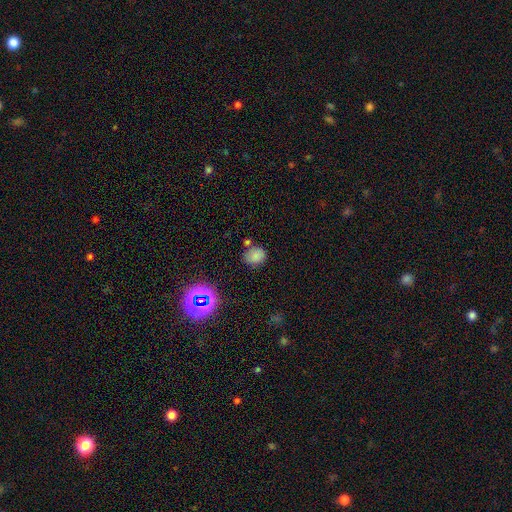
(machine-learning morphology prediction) Smooth or featured?
  - smooth: 76% *
  - star or artifact: 17%
  - featured or disk: 7%
How rounded?
  - round: 67% *
  - in between: 32%
  - cigar-shaped: 1%
Merging?
  - none: 73% *
  - minor disturbance: 14%
  - merger: 9%
  - major disturbance: 4%